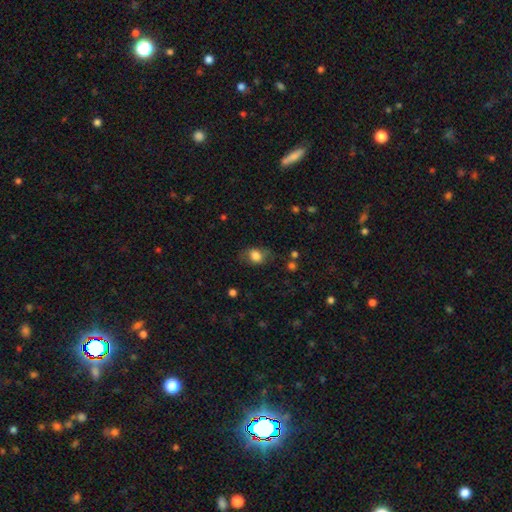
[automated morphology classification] smooth 78%, featured or disk 13%, star or artifact 9%. Down the decision tree: how rounded — in between (61%); merging — none (65%).